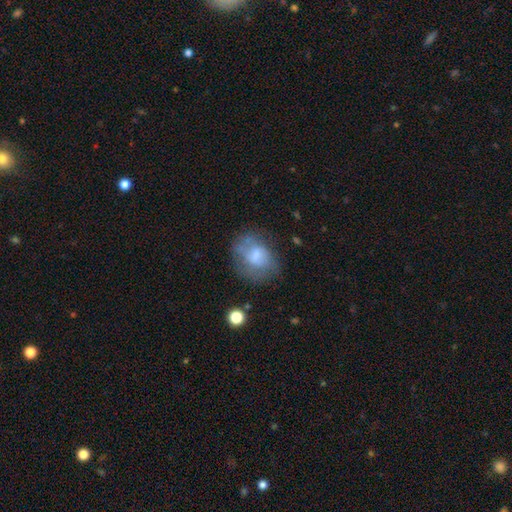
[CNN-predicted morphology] A smooth galaxy with no disk features (57%) that is in between round and cigar-shaped (58%).

Vote fractions:
- Smooth or featured? smooth: 57% / featured or disk: 34% / star or artifact: 9%
- How rounded? in between: 58% / round: 41% / cigar-shaped: 1%
- Merging? none: 51% / minor disturbance: 26% / major disturbance: 19% / merger: 4%